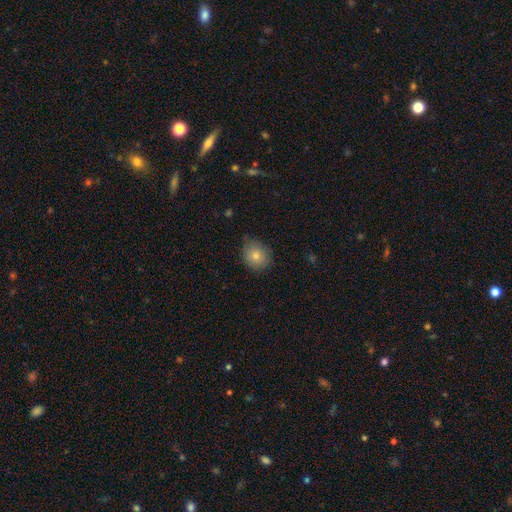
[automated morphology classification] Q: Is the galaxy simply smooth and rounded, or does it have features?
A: smooth — 78%.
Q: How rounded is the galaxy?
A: round — 72%.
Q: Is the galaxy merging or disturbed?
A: none — 77%.